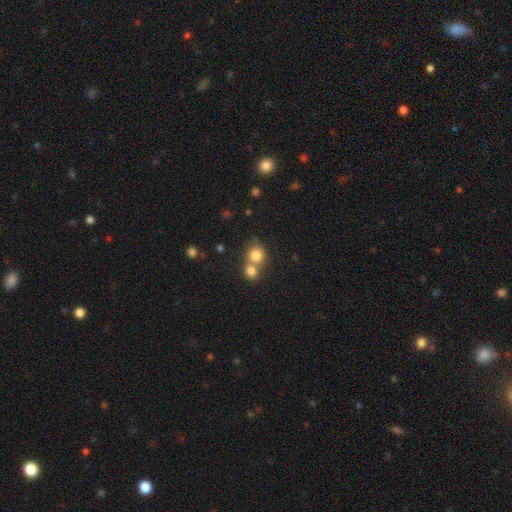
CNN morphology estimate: Q: Smooth or featured?
A: smooth (81%); runner-up: star or artifact (10%)
Q: How rounded?
A: round (82%); runner-up: in between (17%)
Q: Merging?
A: merger (52%); runner-up: none (39%)